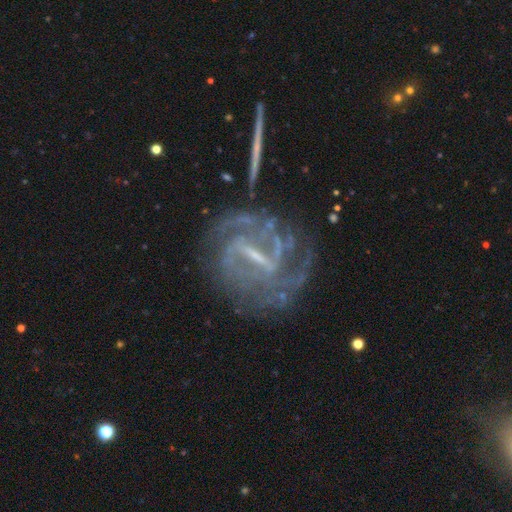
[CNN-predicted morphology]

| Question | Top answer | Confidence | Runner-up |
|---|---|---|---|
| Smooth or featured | featured or disk | 86% | star or artifact (8%) |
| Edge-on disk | no | 95% | yes (5%) |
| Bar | strong | 59% | weak (32%) |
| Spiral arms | yes | 90% | no (10%) |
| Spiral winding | tight | 48% | medium (39%) |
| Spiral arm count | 2 | 36% | can't tell (31%) |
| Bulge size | small | 50% | none (29%) |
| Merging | none | 62% | minor disturbance (18%) |